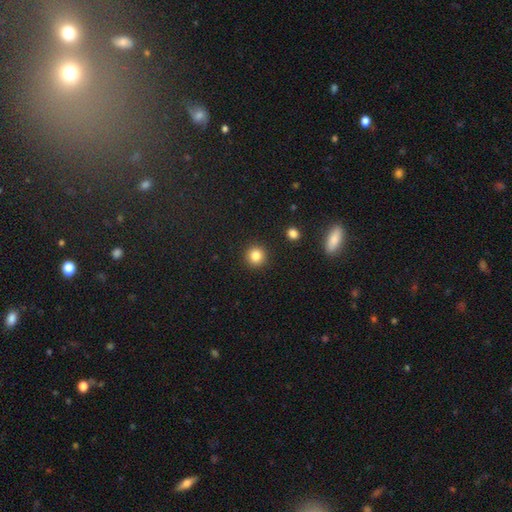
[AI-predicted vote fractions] The model was most divided on "smooth or featured": smooth: 83%, star or artifact: 11%, featured or disk: 6%. More confident: how rounded — round (94%); merging — none (92%).